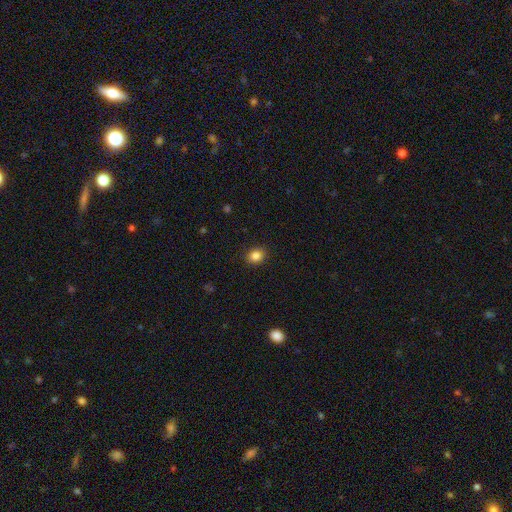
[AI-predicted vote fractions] Smooth or featured? Predicted: smooth (p=0.85). How rounded? Predicted: round (p=0.62). Merging? Predicted: none (p=0.89).